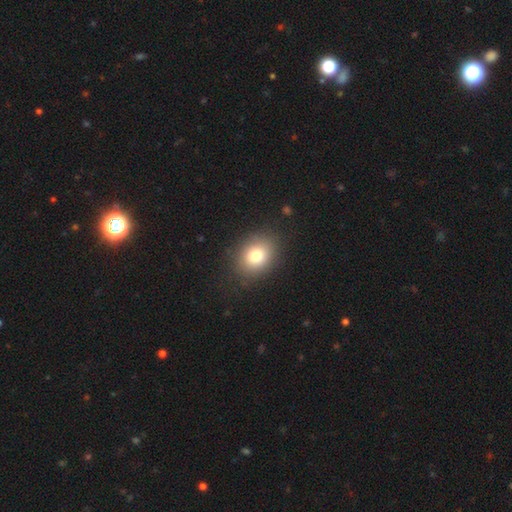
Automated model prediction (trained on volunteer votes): This is likely a smooth galaxy (79%). How rounded: possibly round (53%). Merging: clearly none (86%).